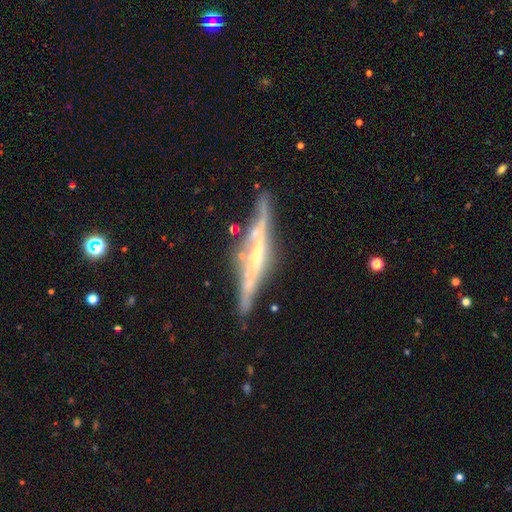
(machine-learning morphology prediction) smooth_or_featured: featured or disk (p=0.81) [alt: smooth p=0.13]
disk_edge_on: yes (p=0.92) [alt: no p=0.08]
edge_on_bulge: rounded (p=0.47) [alt: none p=0.33]
merging: none (p=0.73) [alt: minor disturbance p=0.18]